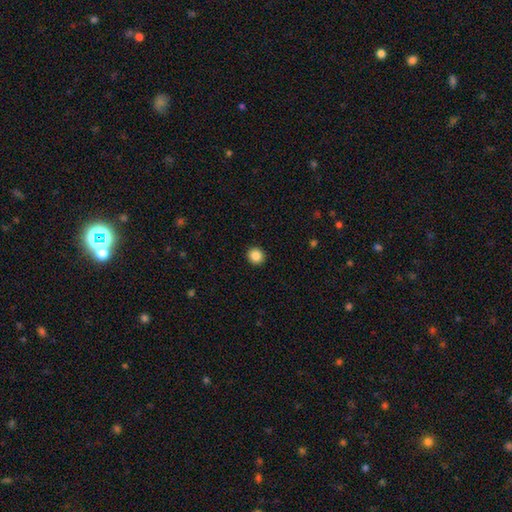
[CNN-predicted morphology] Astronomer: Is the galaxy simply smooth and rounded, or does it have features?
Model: smooth — 87%.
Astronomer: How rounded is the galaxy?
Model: round — 91%.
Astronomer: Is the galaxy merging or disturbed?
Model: none — 93%.